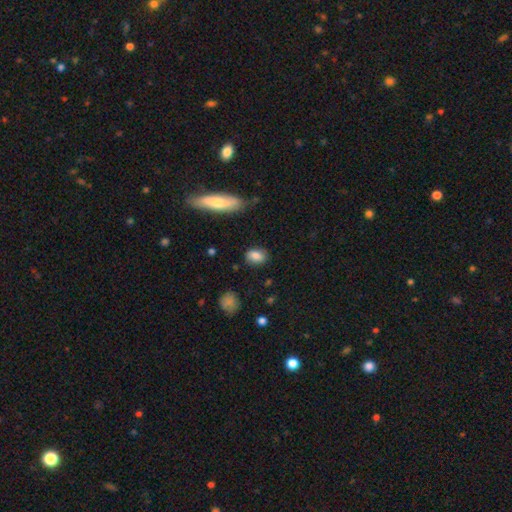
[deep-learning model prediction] A smooth galaxy with no disk features (83%) that is in between round and cigar-shaped (73%).

Vote fractions:
- Smooth or featured? smooth: 83% / star or artifact: 9% / featured or disk: 8%
- How rounded? in between: 73% / round: 24% / cigar-shaped: 2%
- Merging? none: 83% / minor disturbance: 12% / major disturbance: 3% / merger: 2%